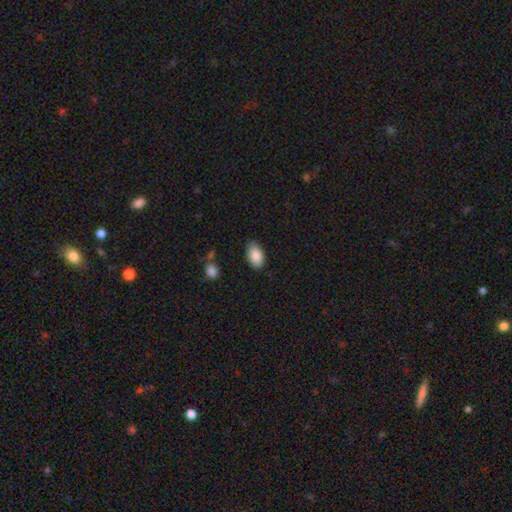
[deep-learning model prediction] The model was most divided on "merging": none: 80%, minor disturbance: 16%, major disturbance: 3%, merger: 1%. More confident: how rounded — in between (94%); smooth or featured — smooth (88%).